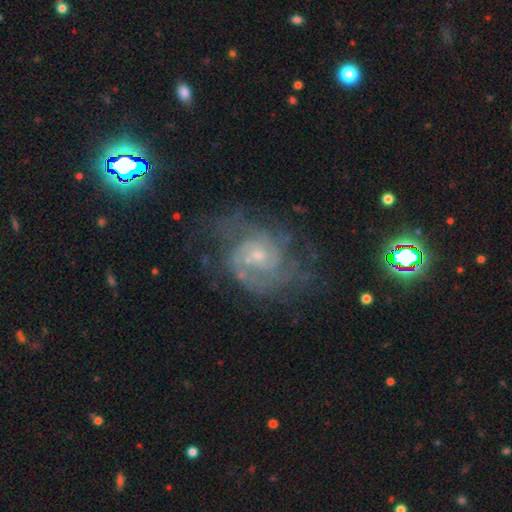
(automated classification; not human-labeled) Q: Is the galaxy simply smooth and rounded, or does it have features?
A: featured or disk — 80%.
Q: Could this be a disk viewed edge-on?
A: no — 98%.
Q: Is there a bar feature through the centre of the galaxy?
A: no — 67%.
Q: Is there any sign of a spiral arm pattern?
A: yes — 89%.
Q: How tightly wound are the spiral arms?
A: tight — 49%.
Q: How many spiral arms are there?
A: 2 — 36%.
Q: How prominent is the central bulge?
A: small — 61%.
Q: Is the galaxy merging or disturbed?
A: none — 57%.